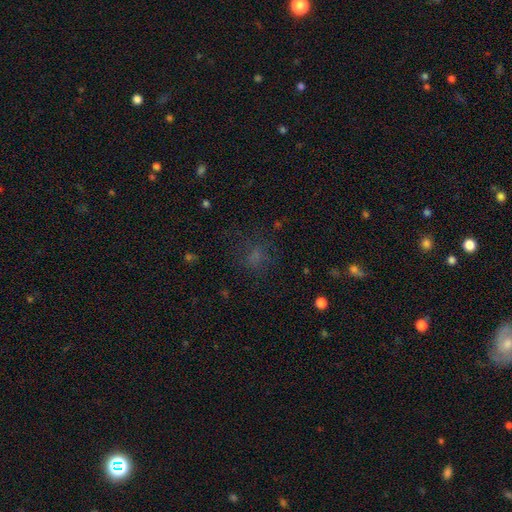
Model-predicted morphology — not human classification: smooth_or_featured: smooth (p=0.59) [alt: star or artifact p=0.29]
how_rounded: round (p=0.65) [alt: in between p=0.34]
merging: none (p=0.67) [alt: minor disturbance p=0.16]